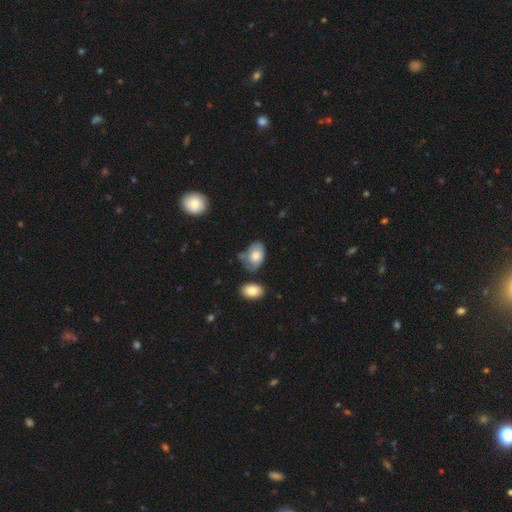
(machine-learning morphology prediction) smooth_or_featured: smooth (p=0.71) [alt: featured or disk p=0.22]
how_rounded: in between (p=0.85) [alt: round p=0.13]
merging: none (p=0.39) [alt: minor disturbance p=0.35]